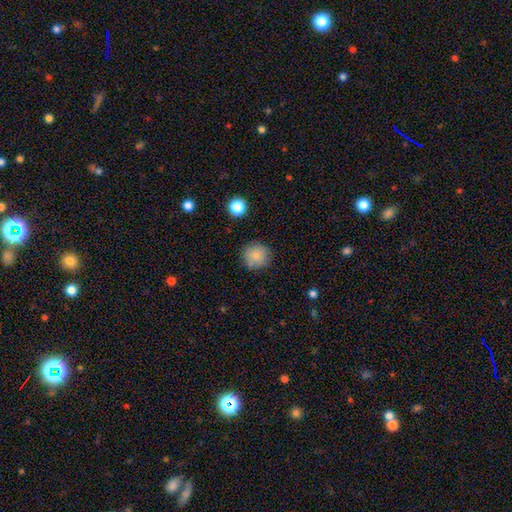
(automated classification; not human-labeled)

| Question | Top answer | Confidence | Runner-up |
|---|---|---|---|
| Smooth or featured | smooth | 82% | star or artifact (9%) |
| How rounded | round | 93% | in between (6%) |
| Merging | none | 83% | minor disturbance (12%) |